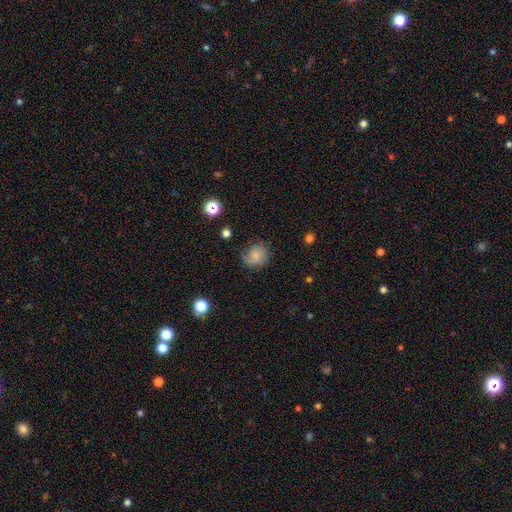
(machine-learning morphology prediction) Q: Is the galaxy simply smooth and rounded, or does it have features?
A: smooth — 68%.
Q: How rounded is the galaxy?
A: round — 76%.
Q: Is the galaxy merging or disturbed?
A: none — 67%.